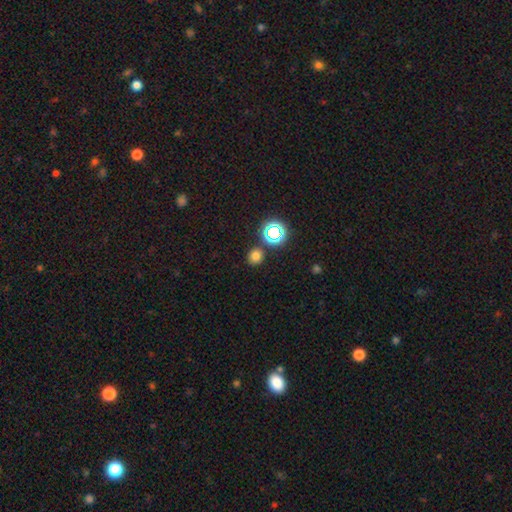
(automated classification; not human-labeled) A smooth galaxy with no disk features (72%) that is round (84%). Merging: none (85%).